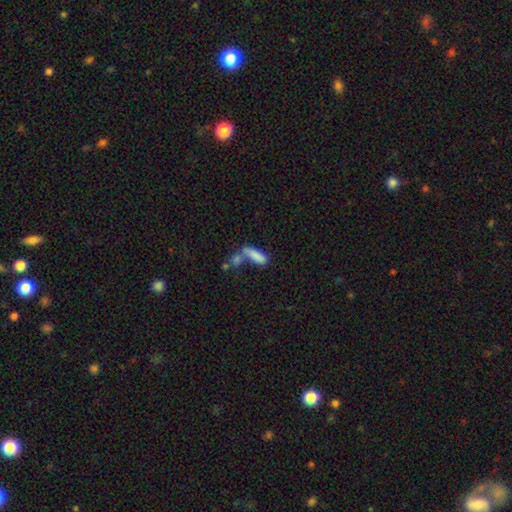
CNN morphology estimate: smooth 79%, featured or disk 12%, star or artifact 9%. Down the decision tree: how rounded — cigar-shaped (55%); merging — merger (44%).